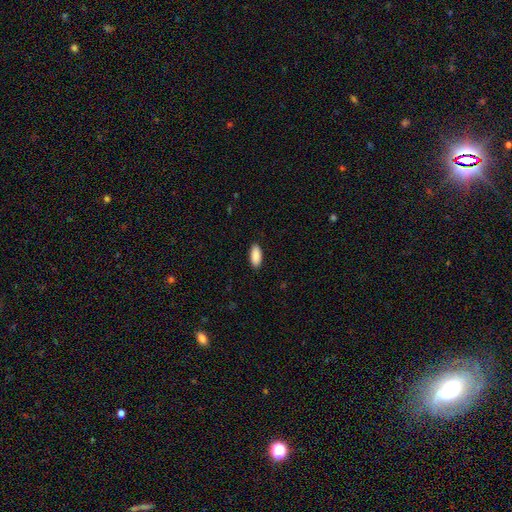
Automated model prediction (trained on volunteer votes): Smooth or featured? Predicted: smooth (p=0.90). How rounded? Predicted: in between (p=0.88). Merging? Predicted: none (p=0.89).